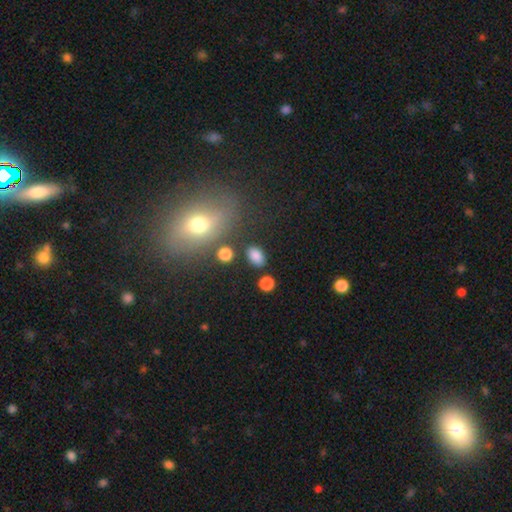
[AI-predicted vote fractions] Smooth or featured: smooth — 85% (star or artifact — 10%)
How rounded: in between — 84% (round — 14%)
Merging: none — 79% (minor disturbance — 11%)